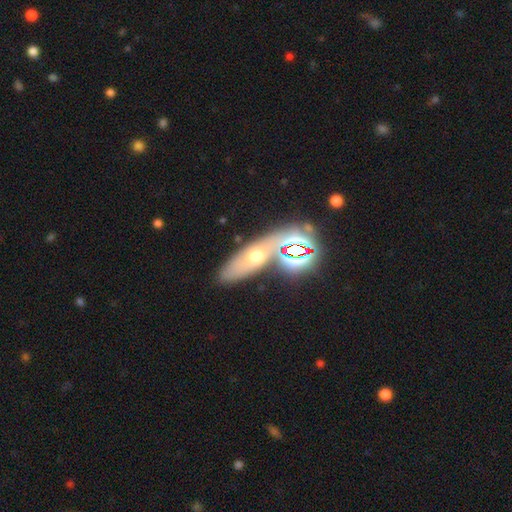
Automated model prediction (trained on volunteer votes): The model was most divided on "smooth or featured": star or artifact: 41%, smooth: 30%, featured or disk: 29%.